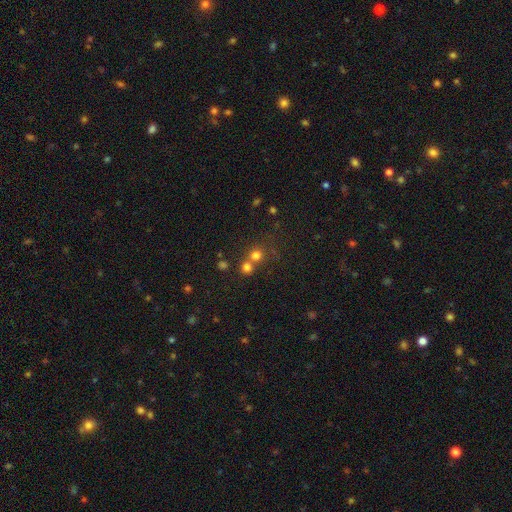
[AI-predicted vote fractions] smooth_or_featured: smooth (p=0.72) [alt: star or artifact p=0.19]
how_rounded: round (p=0.89) [alt: in between p=0.10]
merging: none (p=0.49) [alt: merger p=0.42]